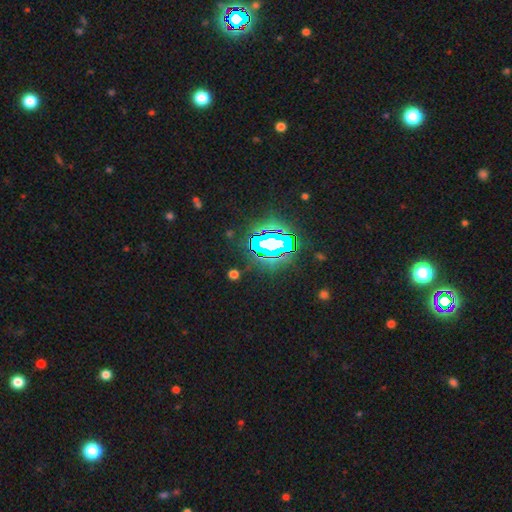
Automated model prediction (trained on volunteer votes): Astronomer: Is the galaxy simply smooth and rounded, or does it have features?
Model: star or artifact — 83%.